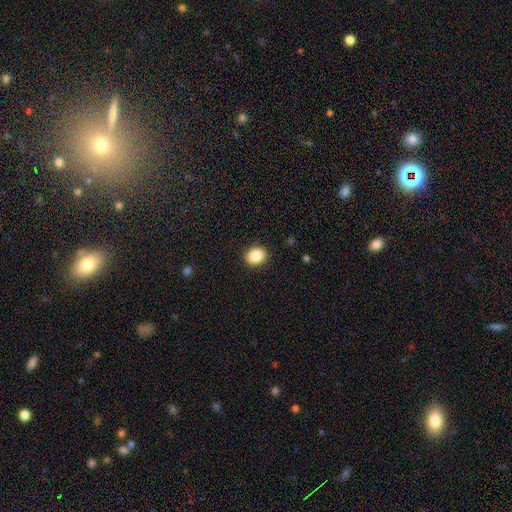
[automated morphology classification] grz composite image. It shows a smooth galaxy with no disk features (87%) that is round (61%). Merging: none (89%).